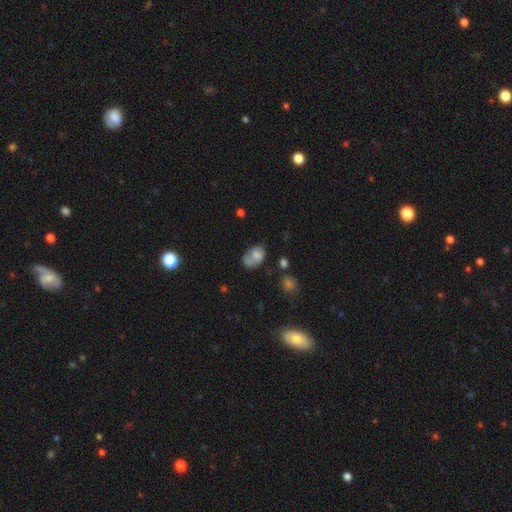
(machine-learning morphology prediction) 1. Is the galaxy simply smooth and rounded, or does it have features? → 69% smooth, 21% featured or disk, 10% star or artifact.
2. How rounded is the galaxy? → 79% in between, 20% round, 1% cigar-shaped.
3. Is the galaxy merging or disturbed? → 38% none, 27% minor disturbance, 18% major disturbance, 16% merger.